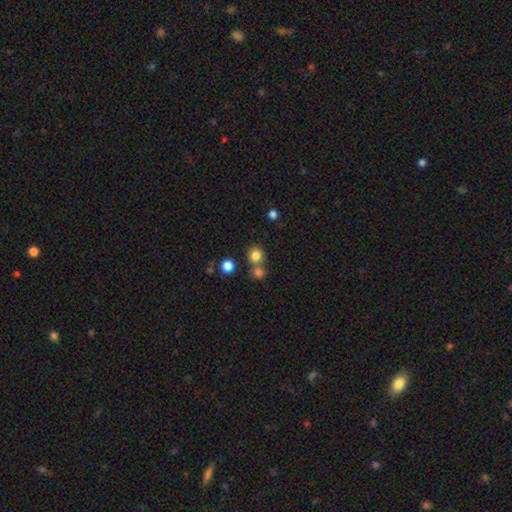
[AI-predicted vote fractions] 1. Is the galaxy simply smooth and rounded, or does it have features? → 81% smooth, 13% star or artifact, 6% featured or disk.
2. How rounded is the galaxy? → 88% round, 11% in between, 1% cigar-shaped.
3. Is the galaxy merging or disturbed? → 63% none, 27% merger, 7% minor disturbance, 3% major disturbance.